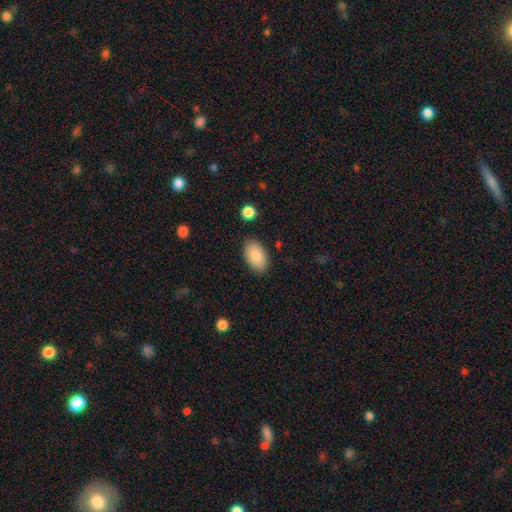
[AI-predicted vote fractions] Smooth or featured: smooth — 88% (star or artifact — 6%)
How rounded: in between — 95% (round — 4%)
Merging: none — 87% (minor disturbance — 10%)